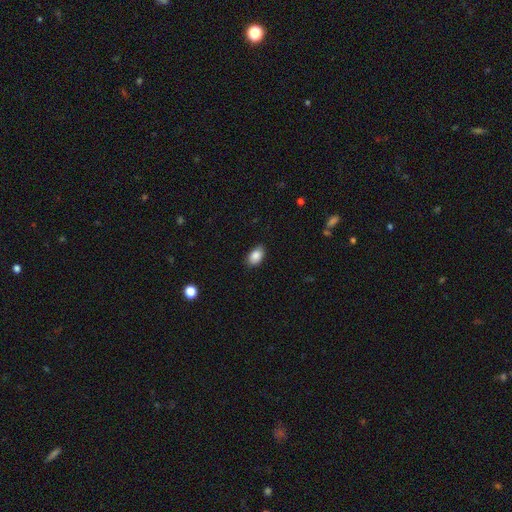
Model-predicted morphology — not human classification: Smooth or featured? Predicted: smooth (p=0.87). How rounded? Predicted: in between (p=0.88). Merging? Predicted: none (p=0.83).